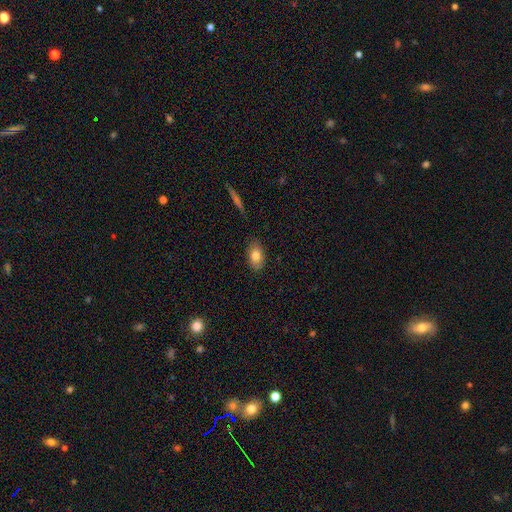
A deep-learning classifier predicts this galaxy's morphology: This is likely a smooth galaxy (78%). How rounded: clearly in between (87%). Merging: clearly none (84%).